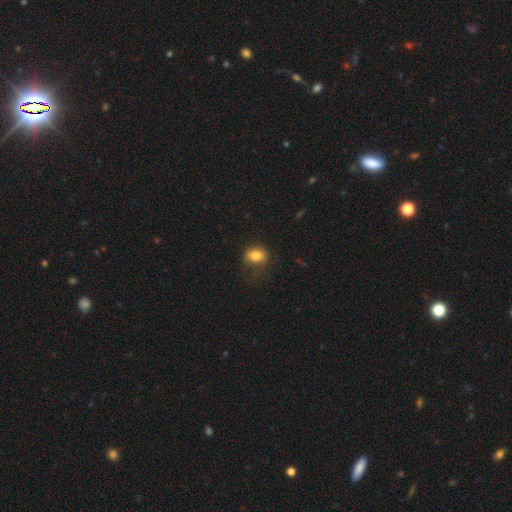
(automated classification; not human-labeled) A smooth galaxy with no disk features (80%) that is in between round and cigar-shaped (60%). Merging: none (59%).